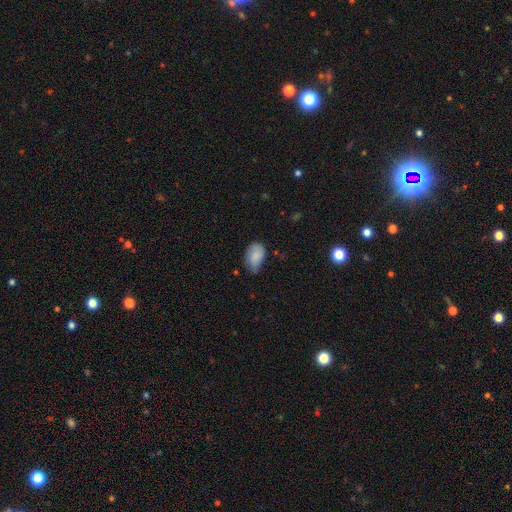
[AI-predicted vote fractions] A smooth galaxy with no disk features (77%) that is in between round and cigar-shaped (88%). Merging: none (46%).